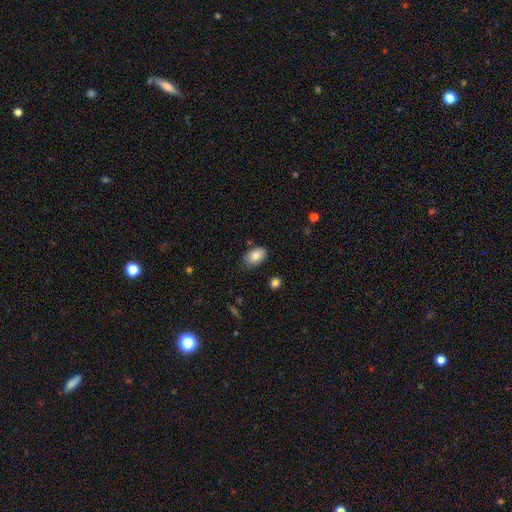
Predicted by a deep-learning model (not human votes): The model was most divided on "merging": none: 79%, minor disturbance: 16%, major disturbance: 3%, merger: 2%. More confident: how rounded — in between (90%); smooth or featured — smooth (82%).